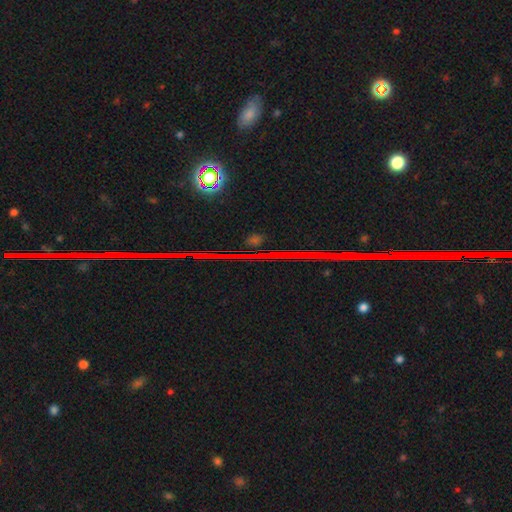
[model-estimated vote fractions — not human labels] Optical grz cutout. It shows a star or artifact, not a galaxy (80%).